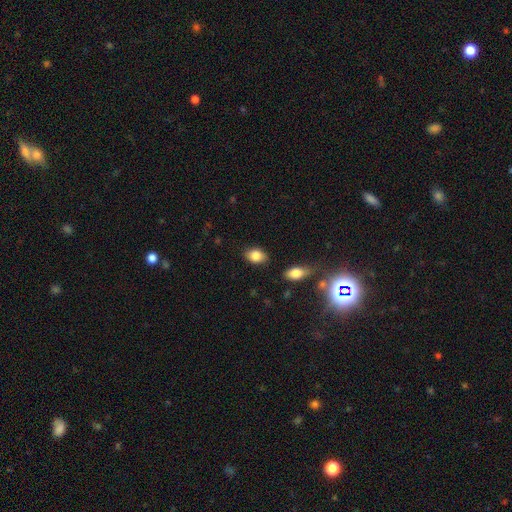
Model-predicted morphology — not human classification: A smooth galaxy with no disk features (84%) that is in between round and cigar-shaped (80%).

Vote fractions:
- Smooth or featured? smooth: 84% / star or artifact: 8% / featured or disk: 8%
- How rounded? in between: 80% / round: 18% / cigar-shaped: 2%
- Merging? none: 82% / minor disturbance: 12% / major disturbance: 3% / merger: 3%